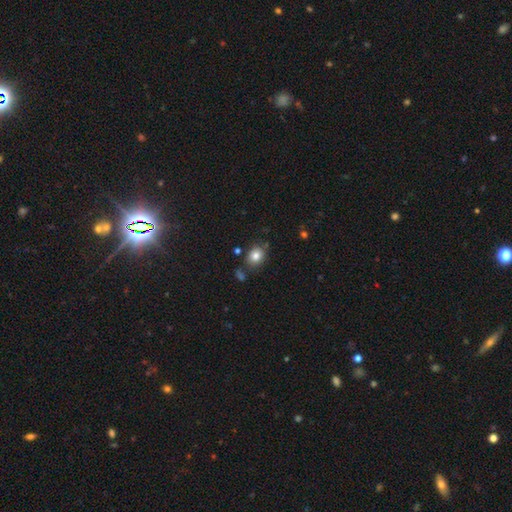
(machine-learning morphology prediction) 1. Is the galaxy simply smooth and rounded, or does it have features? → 81% smooth, 10% star or artifact, 8% featured or disk.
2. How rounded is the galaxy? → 54% round, 45% in between, 1% cigar-shaped.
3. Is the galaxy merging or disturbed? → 77% none, 13% minor disturbance, 6% merger, 3% major disturbance.